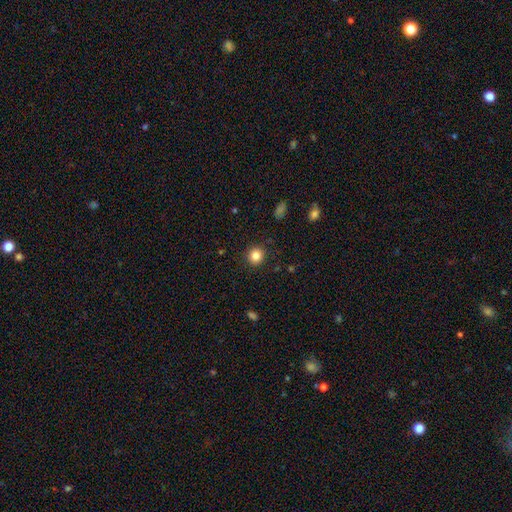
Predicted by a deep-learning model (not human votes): Q: Smooth or featured?
A: smooth (84%); runner-up: star or artifact (11%)
Q: How rounded?
A: round (90%); runner-up: in between (9%)
Q: Merging?
A: none (91%); runner-up: minor disturbance (6%)